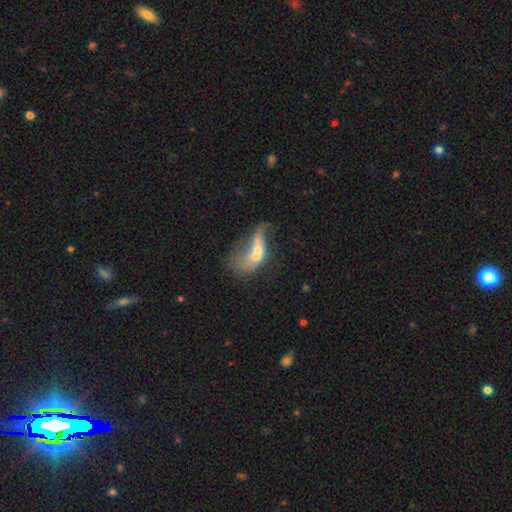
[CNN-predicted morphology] This appears to be a featured or disk galaxy (49%). Merging: merger (48%).